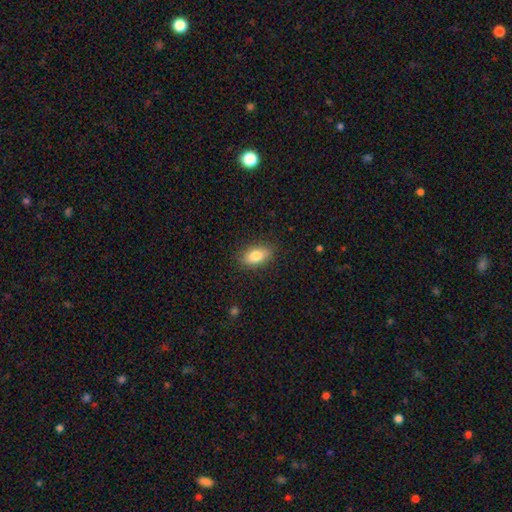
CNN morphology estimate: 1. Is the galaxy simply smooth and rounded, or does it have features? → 82% smooth, 10% featured or disk, 7% star or artifact.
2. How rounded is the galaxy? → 89% in between, 7% round, 4% cigar-shaped.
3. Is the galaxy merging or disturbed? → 86% none, 11% minor disturbance, 3% major disturbance, 1% merger.